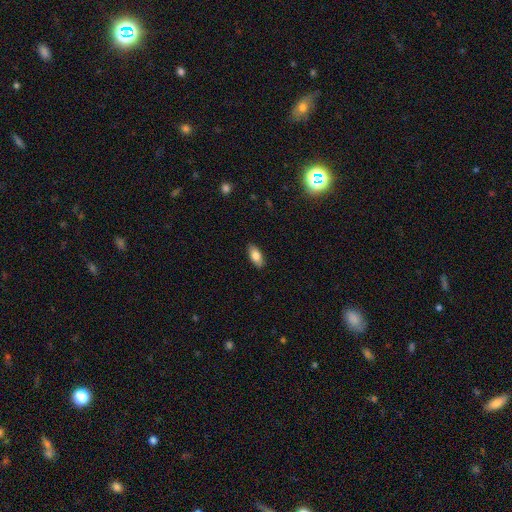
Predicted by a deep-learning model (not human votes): smooth-or-featured: smooth: 80% | featured or disk: 13% | star or artifact: 7%
  how-rounded: in between: 88% | cigar-shaped: 9% | round: 3%
  merging: none: 88% | minor disturbance: 9% | major disturbance: 2% | merger: 1%